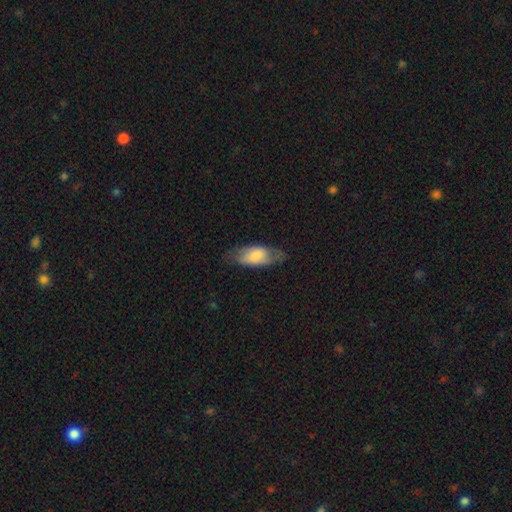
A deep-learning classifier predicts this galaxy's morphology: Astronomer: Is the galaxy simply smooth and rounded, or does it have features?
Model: smooth — 71%.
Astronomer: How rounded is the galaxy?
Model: in between — 85%.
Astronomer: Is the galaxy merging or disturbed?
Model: none — 67%.